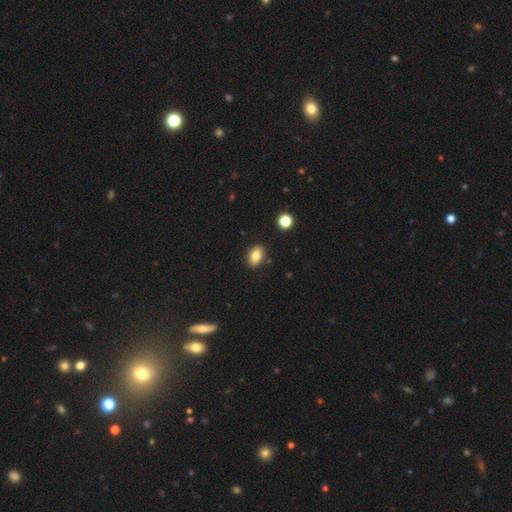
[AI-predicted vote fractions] Smooth or featured? smooth (82%)
How rounded? in between (77%)
Merging? none (87%)